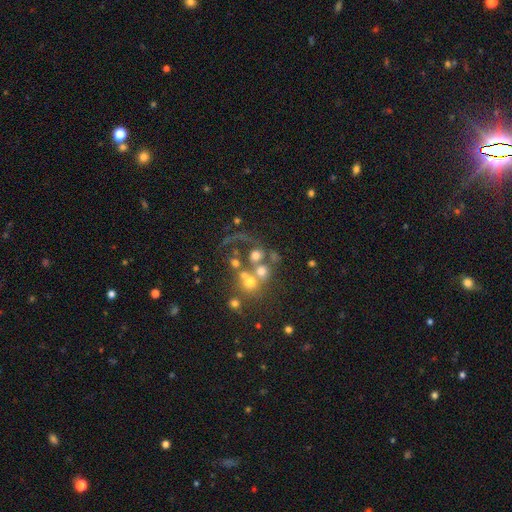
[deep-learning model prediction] A smooth galaxy with no disk features (48%). Merging: none (39%).